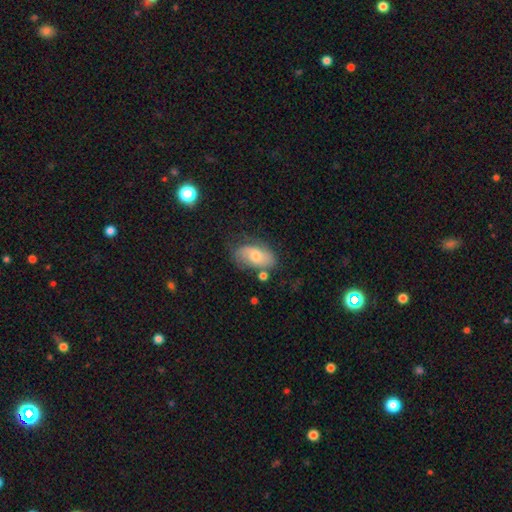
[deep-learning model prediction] smooth 54%, featured or disk 39%, star or artifact 8%. Down the decision tree: how rounded — in between (91%); merging — none (54%).